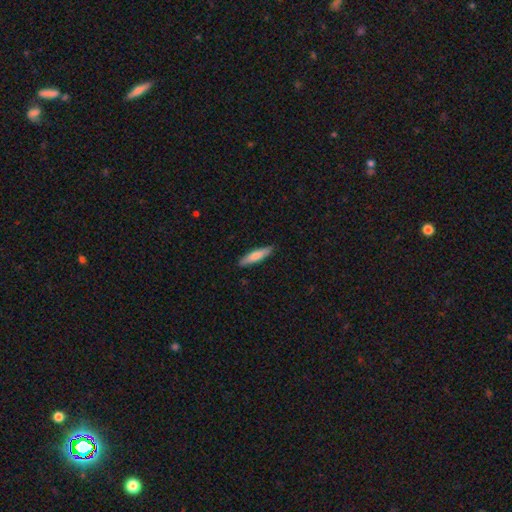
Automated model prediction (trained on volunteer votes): Smooth or featured: smooth — 69% (featured or disk — 25%)
How rounded: cigar-shaped — 83% (in between — 16%)
Merging: none — 90% (minor disturbance — 7%)